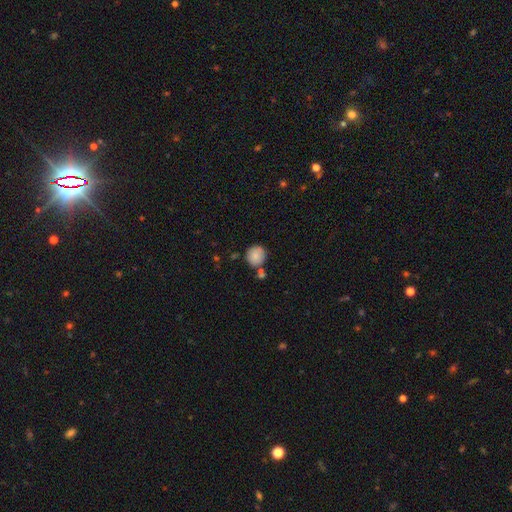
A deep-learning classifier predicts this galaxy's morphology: A smooth galaxy with no disk features (86%) that is round (88%). Merging: none (70%).